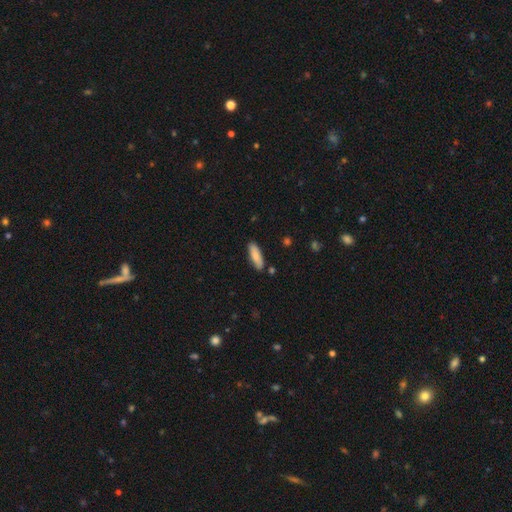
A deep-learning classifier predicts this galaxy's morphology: smooth_or_featured: smooth (p=0.83) [alt: featured or disk p=0.11]
how_rounded: cigar-shaped (p=0.49) [tied with: in between p=0.49]
merging: none (p=0.85) [alt: minor disturbance p=0.11]